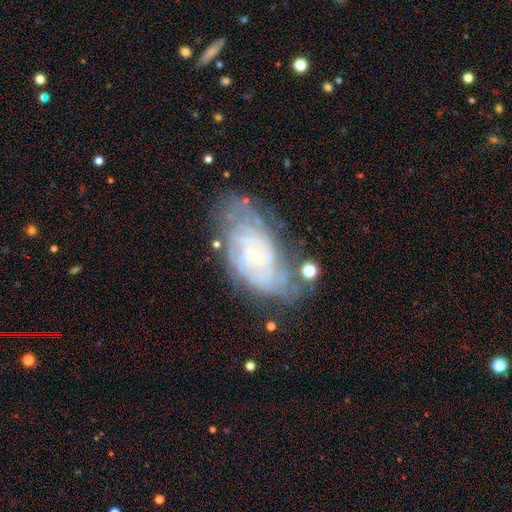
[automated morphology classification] type=featured or disk (82%); edge-on=no (95%); bar=no (69%); spiral arms=yes (94%); winding=tight (76%); arm count=can't tell (45%); bulge=small (83%); merging=none (60%).